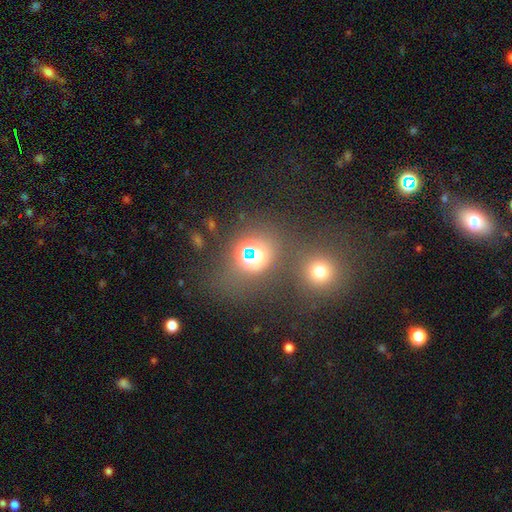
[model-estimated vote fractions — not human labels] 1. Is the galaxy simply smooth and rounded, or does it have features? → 52% star or artifact, 39% smooth, 9% featured or disk.